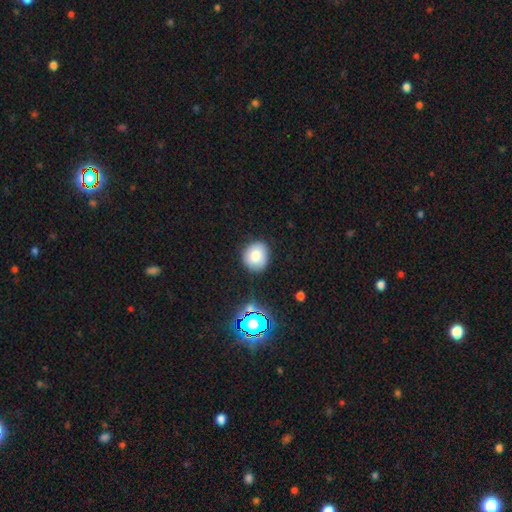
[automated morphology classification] This appears to be a smooth galaxy with no disk features (77%) that is round (81%). Merging: none (84%).